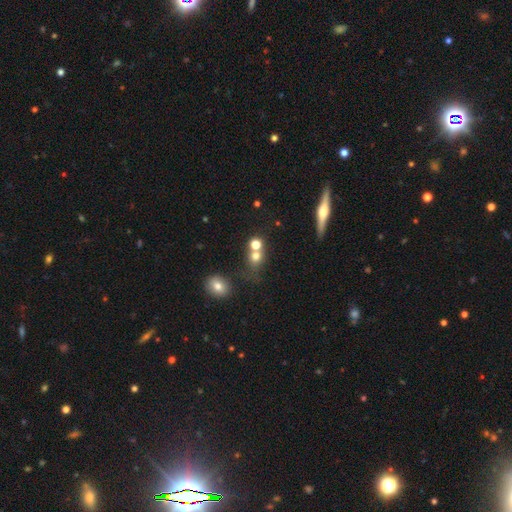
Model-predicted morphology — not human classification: smooth 71%, star or artifact 16%, featured or disk 13%. Down the decision tree: how rounded — round (78%); merging — none (44%).